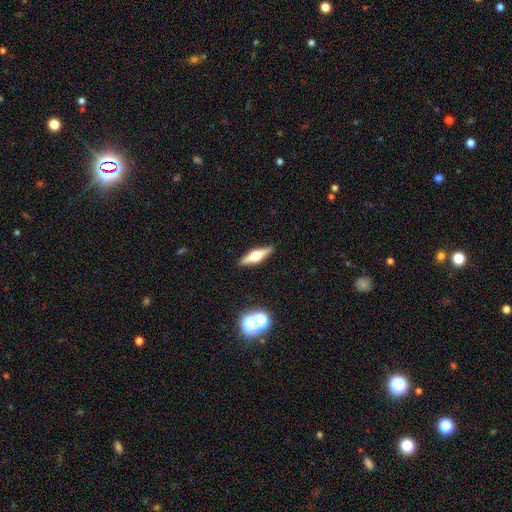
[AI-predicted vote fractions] Smooth or featured?
  - featured or disk: 65% *
  - smooth: 28%
  - star or artifact: 7%
Edge-on disk?
  - yes: 96% *
  - no: 4%
Edge-on bulge?
  - rounded: 94% *
  - boxy: 5%
  - none: 2%
Merging?
  - none: 91% *
  - minor disturbance: 6%
  - major disturbance: 2%
  - merger: 1%